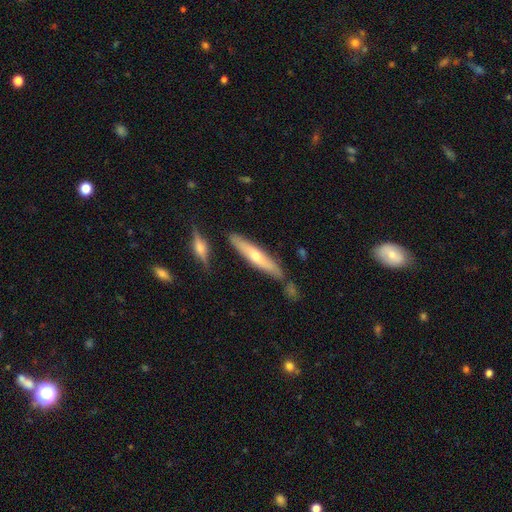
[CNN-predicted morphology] Smooth or featured? Predicted: featured or disk (p=0.48). Merging? Predicted: none (p=0.77).